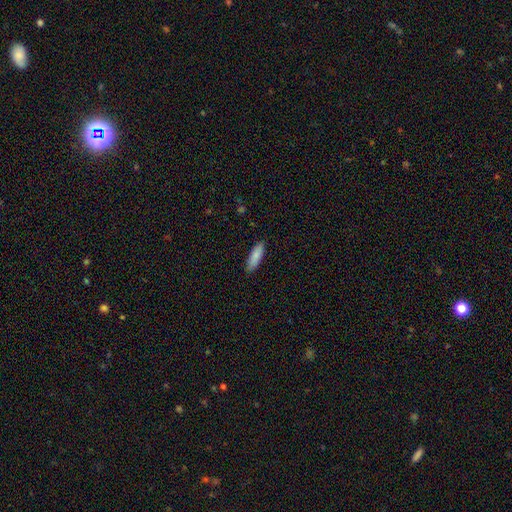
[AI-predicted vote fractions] This appears to be a smooth galaxy with no disk features (86%) that is cigar-shaped (53%). Merging: none (88%).